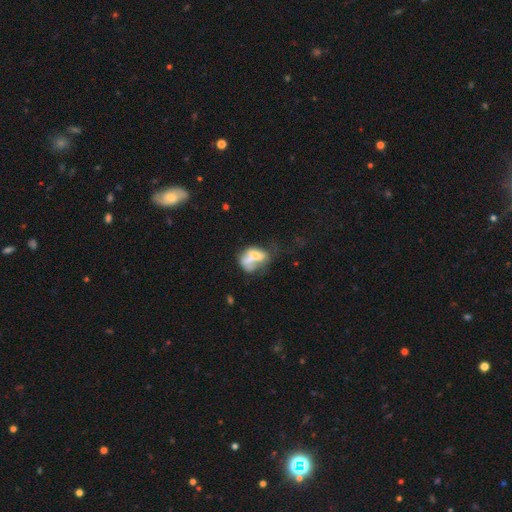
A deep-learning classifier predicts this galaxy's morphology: This appears to be a smooth galaxy with no disk features (50%). Merging: merger (32%).